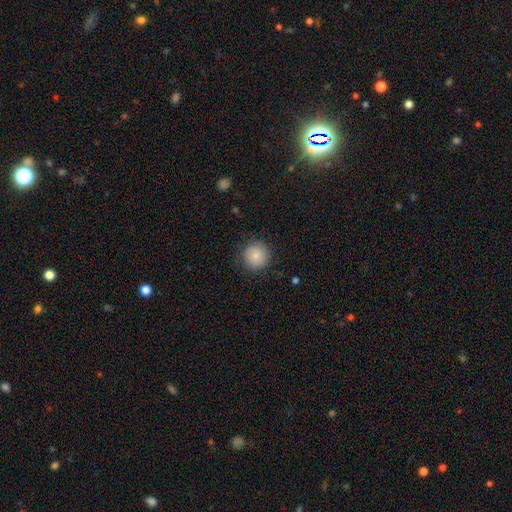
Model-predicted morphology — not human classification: smooth_or_featured: smooth (p=0.86) [alt: star or artifact p=0.09]
how_rounded: round (p=0.94) [alt: in between p=0.05]
merging: none (p=0.87) [alt: minor disturbance p=0.09]